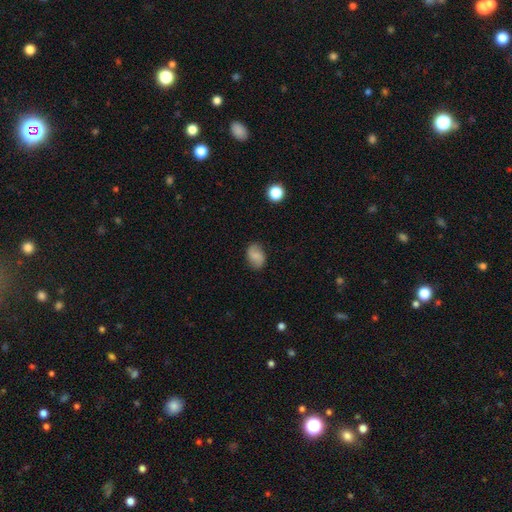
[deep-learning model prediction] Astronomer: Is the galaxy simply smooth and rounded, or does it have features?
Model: smooth — 63%.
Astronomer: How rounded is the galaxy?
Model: in between — 83%.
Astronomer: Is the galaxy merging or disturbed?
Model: none — 82%.